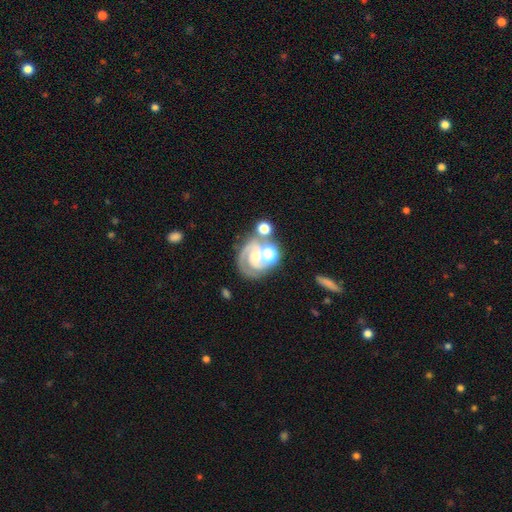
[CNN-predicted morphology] This is likely a featured or disk galaxy (73%). It is clearly not viewed edge-on (97%). Bar: likely no (62%). Spiral arm pattern: clearly yes (88%). Spiral arm count: marginally 2 (45%). Spiral winding: possibly tight (56%). Central bulge: marginally moderate (41%). Merging: possibly none (46%).